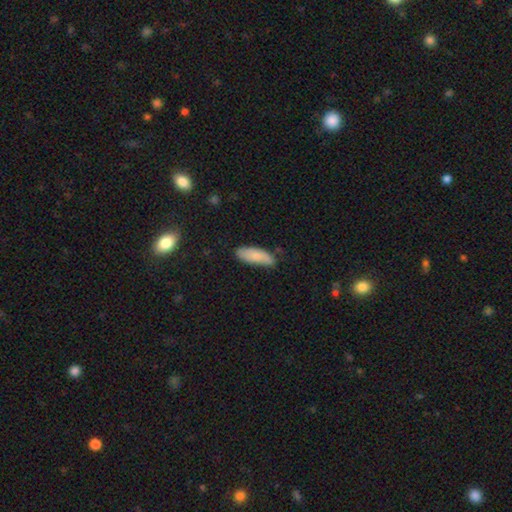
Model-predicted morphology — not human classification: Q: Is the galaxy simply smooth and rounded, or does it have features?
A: smooth — 82%.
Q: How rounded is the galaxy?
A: in between — 64%.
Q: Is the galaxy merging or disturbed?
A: none — 72%.